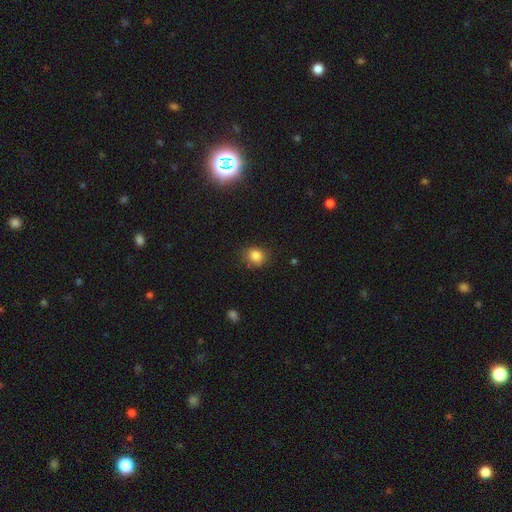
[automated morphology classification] A smooth galaxy with no disk features (83%) that is round (66%). Merging: none (76%).